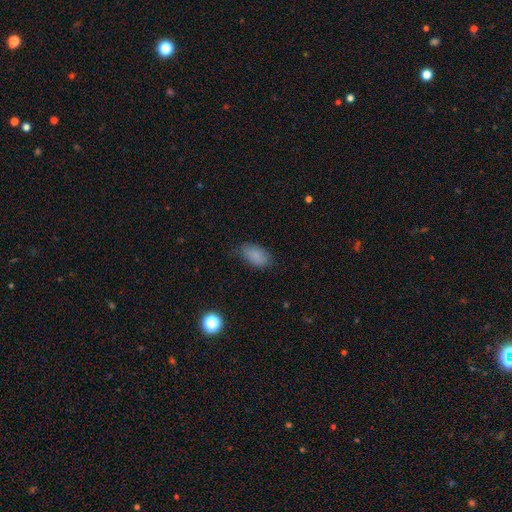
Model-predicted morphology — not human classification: Smooth or featured?
  - smooth: 85% *
  - star or artifact: 9%
  - featured or disk: 5%
How rounded?
  - in between: 92% *
  - round: 5%
  - cigar-shaped: 3%
Merging?
  - none: 73% *
  - minor disturbance: 21%
  - major disturbance: 5%
  - merger: 1%